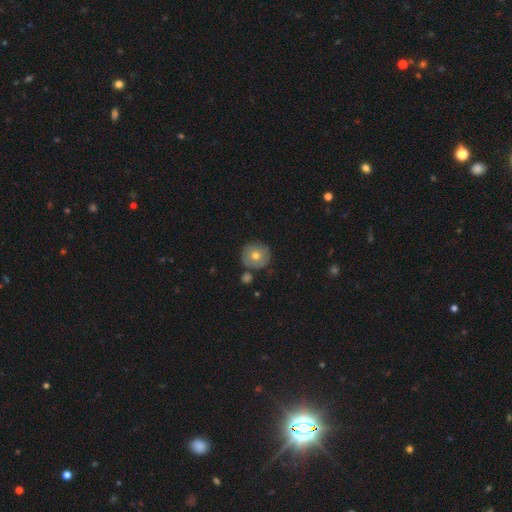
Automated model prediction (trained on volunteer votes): smooth_or_featured: smooth (p=0.70) [alt: featured or disk p=0.22]
how_rounded: round (p=0.93) [alt: in between p=0.06]
merging: none (p=0.78) [alt: minor disturbance p=0.11]